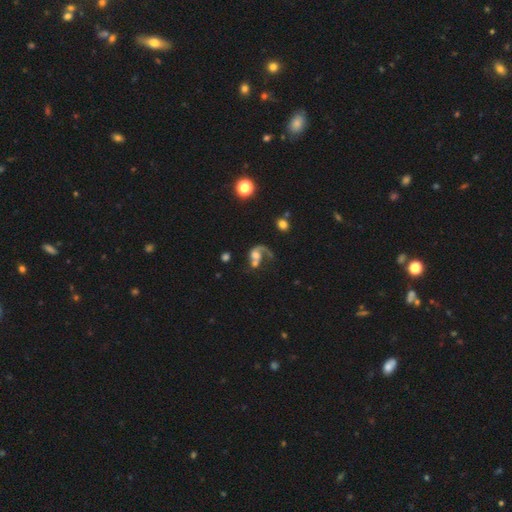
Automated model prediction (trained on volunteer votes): smooth_or_featured: featured or disk (p=0.67) [alt: smooth p=0.23]
disk_edge_on: no (p=0.97) [alt: yes p=0.03]
bar: no (p=0.68) [alt: weak p=0.25]
has_spiral_arms: yes (p=0.84) [alt: no p=0.16]
spiral_winding: loose (p=0.67) [alt: medium p=0.25]
spiral_arm_count: 1 (p=0.75) [alt: 2 p=0.19]
bulge_size: moderate (p=0.41) [alt: small p=0.23]
merging: merger (p=0.37) [alt: major disturbance p=0.30]